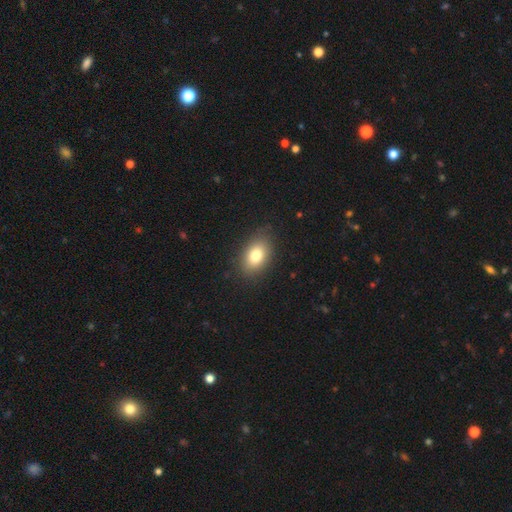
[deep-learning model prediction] smooth-or-featured: smooth: 80% | featured or disk: 11% | star or artifact: 9%
  how-rounded: in between: 86% | round: 13% | cigar-shaped: 2%
  merging: none: 84% | minor disturbance: 12% | major disturbance: 3% | merger: 1%